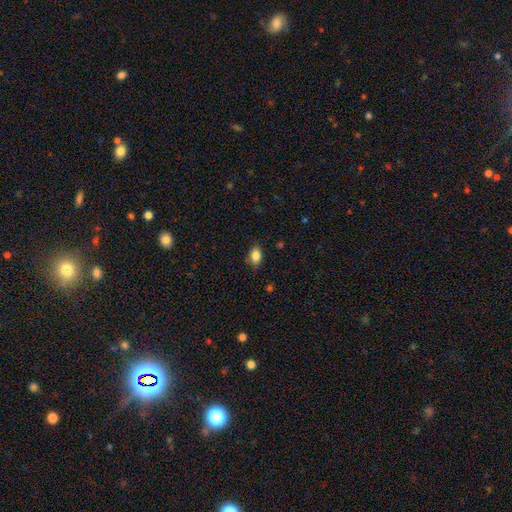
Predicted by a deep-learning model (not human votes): Smooth or featured? smooth (84%)
How rounded? in between (78%)
Merging? none (79%)